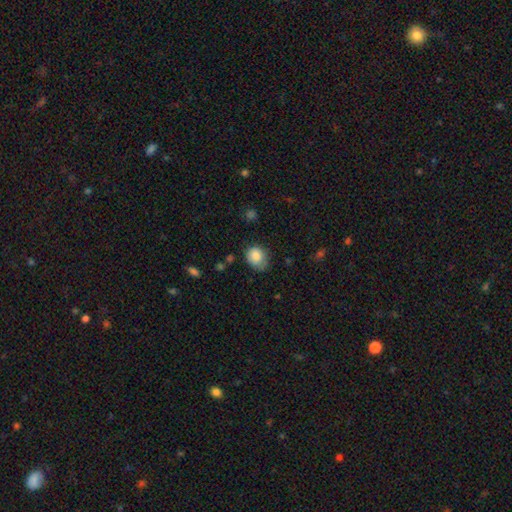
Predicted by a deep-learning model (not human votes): This appears to be a smooth galaxy with no disk features (82%) that is round (57%). Merging: none (58%).